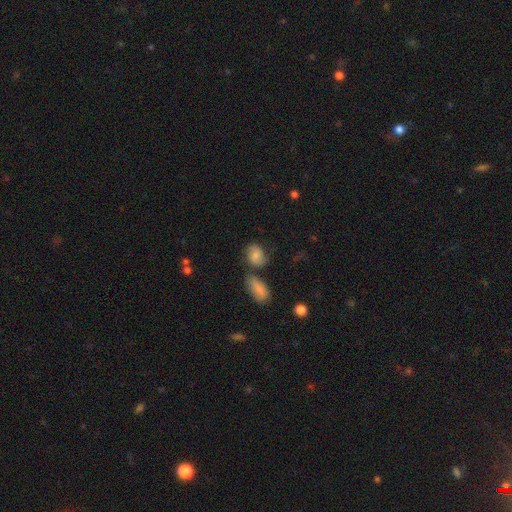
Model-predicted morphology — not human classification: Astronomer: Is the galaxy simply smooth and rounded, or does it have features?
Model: smooth — 66%.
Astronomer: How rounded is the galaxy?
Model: in between — 63%.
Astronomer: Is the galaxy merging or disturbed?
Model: none — 53%.